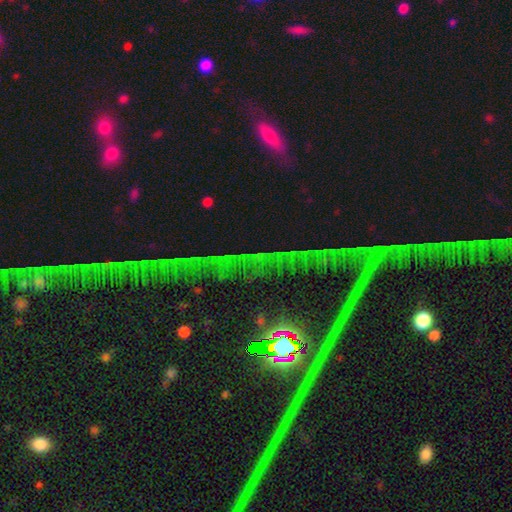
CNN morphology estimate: Smooth or featured?
  - star or artifact: 77% *
  - featured or disk: 12%
  - smooth: 11%